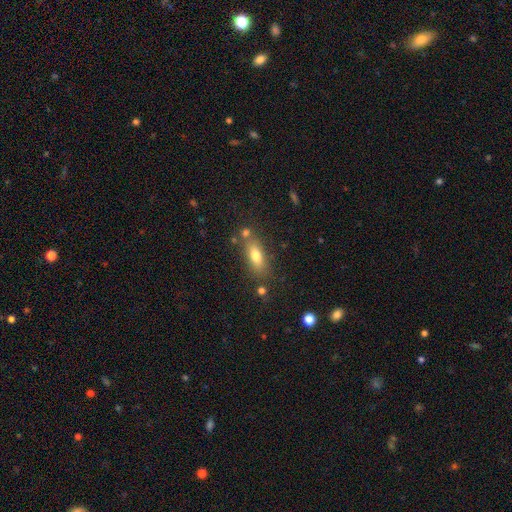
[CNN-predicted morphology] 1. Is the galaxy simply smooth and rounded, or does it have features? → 74% smooth, 17% featured or disk, 10% star or artifact.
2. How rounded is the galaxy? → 71% in between, 24% cigar-shaped, 5% round.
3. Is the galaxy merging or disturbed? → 72% none, 14% minor disturbance, 10% merger, 5% major disturbance.